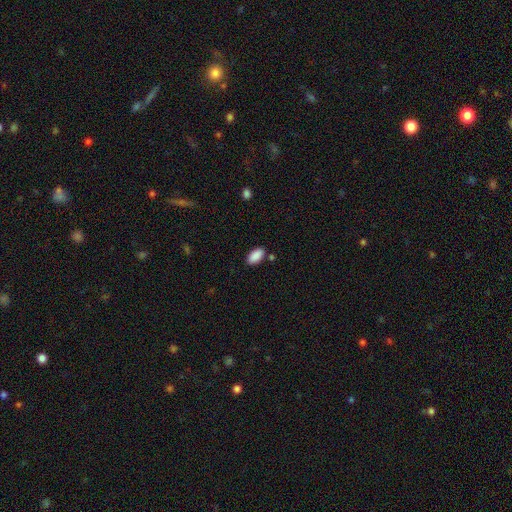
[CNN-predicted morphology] A smooth galaxy with no disk features (90%) that is in between round and cigar-shaped (94%).

Vote fractions:
- Smooth or featured? smooth: 90% / star or artifact: 7% / featured or disk: 3%
- How rounded? in between: 94% / cigar-shaped: 3% / round: 3%
- Merging? none: 83% / minor disturbance: 10% / merger: 4% / major disturbance: 3%